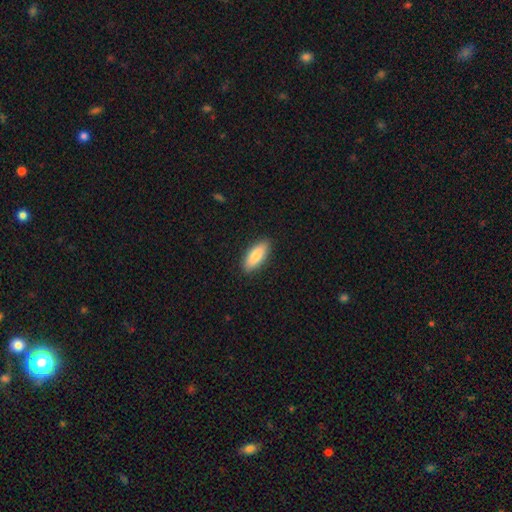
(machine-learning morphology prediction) Smooth or featured: smooth — 83% (featured or disk — 11%)
How rounded: in between — 75% (cigar-shaped — 23%)
Merging: none — 89% (minor disturbance — 9%)